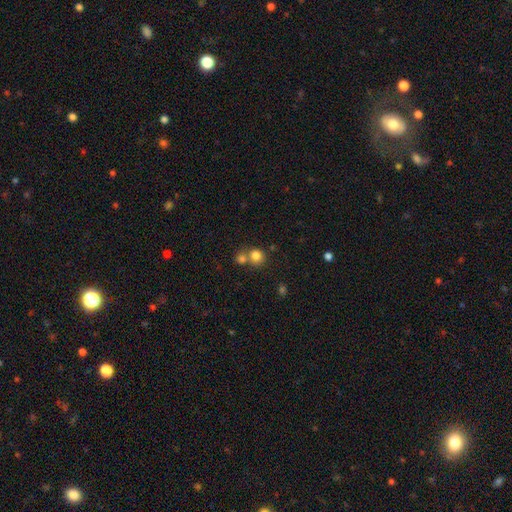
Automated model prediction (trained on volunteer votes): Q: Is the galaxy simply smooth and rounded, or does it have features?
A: smooth — 80%.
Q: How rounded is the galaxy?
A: round — 85%.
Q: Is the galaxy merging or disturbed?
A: none — 51%.